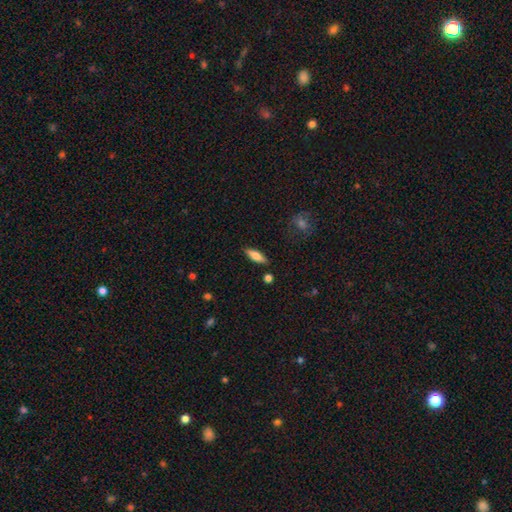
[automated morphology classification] smooth_or_featured: smooth (p=0.73) [alt: featured or disk p=0.21]
how_rounded: in between (p=0.55) [alt: cigar-shaped p=0.43]
merging: none (p=0.86) [alt: minor disturbance p=0.10]